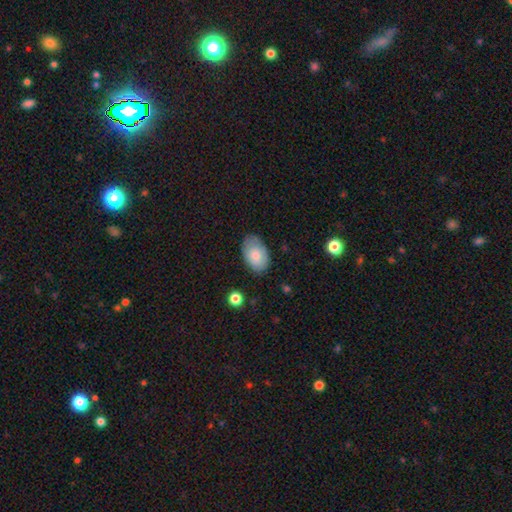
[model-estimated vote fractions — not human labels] smooth_or_featured: smooth (p=0.77) [alt: featured or disk p=0.16]
how_rounded: in between (p=0.90) [alt: round p=0.09]
merging: none (p=0.77) [alt: minor disturbance p=0.18]